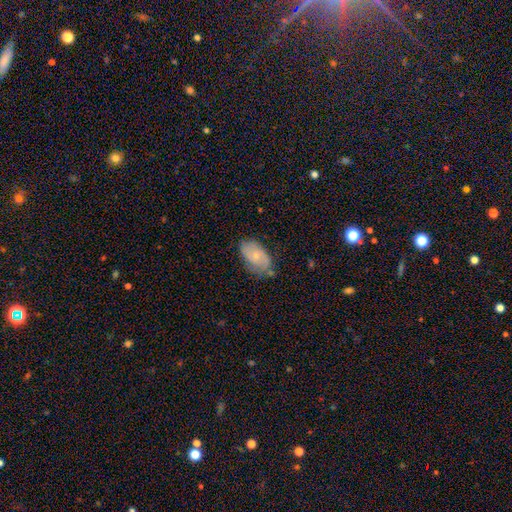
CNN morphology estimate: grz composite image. It shows a smooth galaxy with no disk features (50%) that is in between round and cigar-shaped (92%). Merging: none (64%).